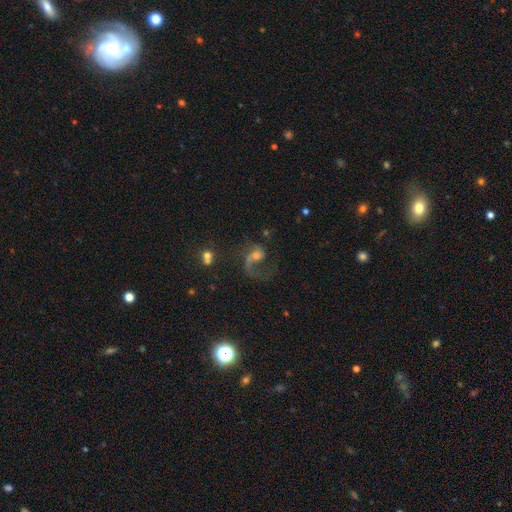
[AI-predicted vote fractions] smooth-or-featured: featured or disk: 71% | smooth: 17% | star or artifact: 12%
  disk-edge-on: no: 97% | yes: 3%
    bar: no: 65% | weak: 28% | strong: 7%
    has-spiral-arms: yes: 89% | no: 11%
      spiral-winding: loose: 61% | medium: 31% | tight: 7%
      spiral-arm-count: 1: 65% | 2: 28% | can't tell: 4% | 3: 1% | 4: 1% | more than 4: 1%
    bulge-size: moderate: 50% | small: 34% | large: 9% | none: 5% | dominant: 2%
  merging: major disturbance: 43% | none: 35% | minor disturbance: 14% | merger: 8%